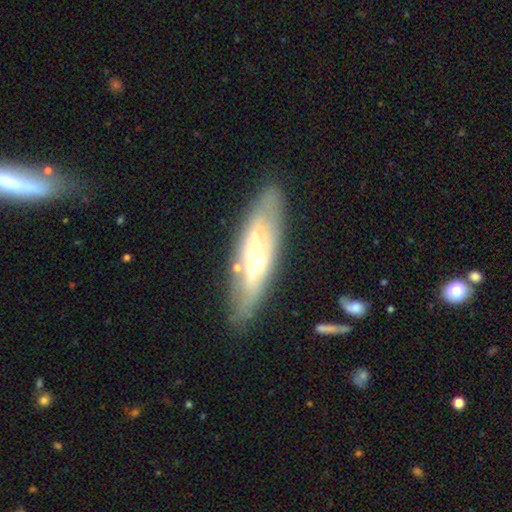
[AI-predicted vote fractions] The model was most divided on "edge-on disk": yes: 59%, no: 41%. More confident: merging — none (76%); smooth or featured — featured or disk (61%).